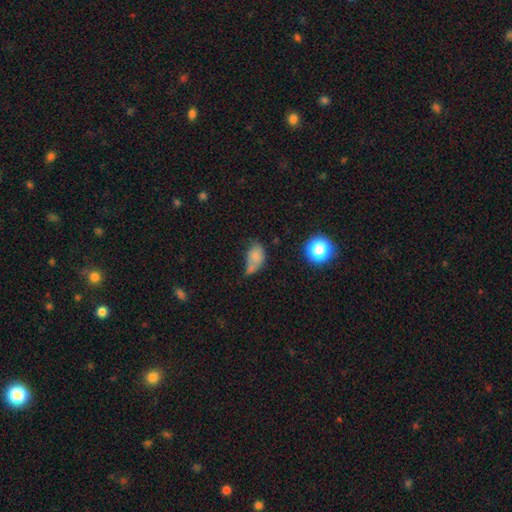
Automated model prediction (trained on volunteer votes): This appears to be a smooth galaxy with no disk features (72%) that is in between round and cigar-shaped (82%). Merging: minor disturbance (31%).